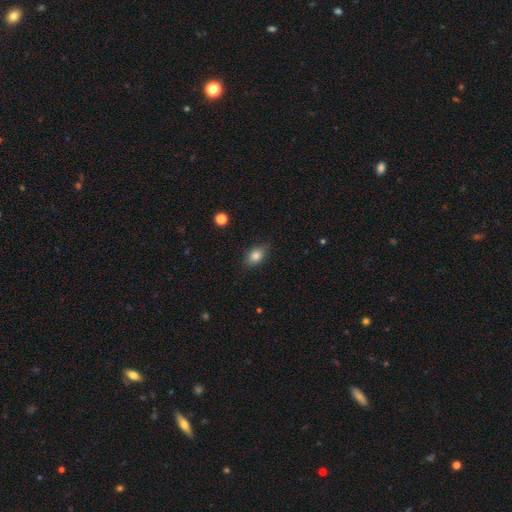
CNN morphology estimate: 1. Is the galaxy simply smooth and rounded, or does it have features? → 82% smooth, 9% star or artifact, 8% featured or disk.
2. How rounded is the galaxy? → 80% in between, 17% round, 3% cigar-shaped.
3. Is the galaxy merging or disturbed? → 83% none, 13% minor disturbance, 3% major disturbance, 1% merger.